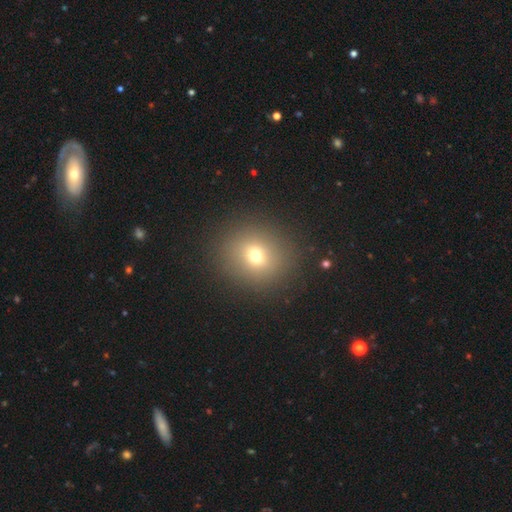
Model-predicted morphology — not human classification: The model was most divided on "smooth or featured": smooth: 70%, star or artifact: 18%, featured or disk: 12%. More confident: merging — none (88%); how rounded — round (84%).